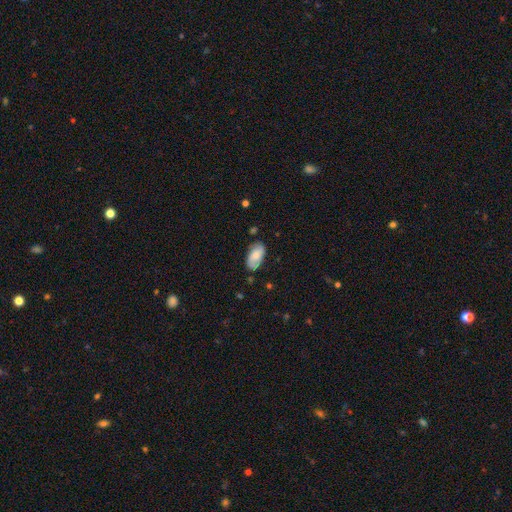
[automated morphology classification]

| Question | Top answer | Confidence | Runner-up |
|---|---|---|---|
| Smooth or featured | smooth | 68% | featured or disk (25%) |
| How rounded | in between | 94% | round (3%) |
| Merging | none | 73% | minor disturbance (20%) |